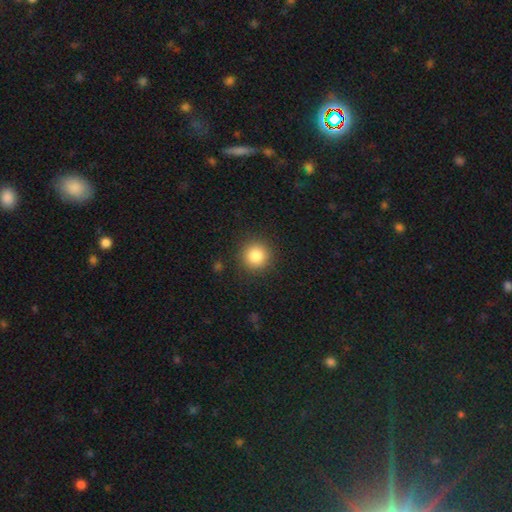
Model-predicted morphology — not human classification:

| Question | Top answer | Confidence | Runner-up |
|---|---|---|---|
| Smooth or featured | smooth | 84% | star or artifact (10%) |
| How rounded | round | 94% | in between (5%) |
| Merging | none | 90% | minor disturbance (6%) |